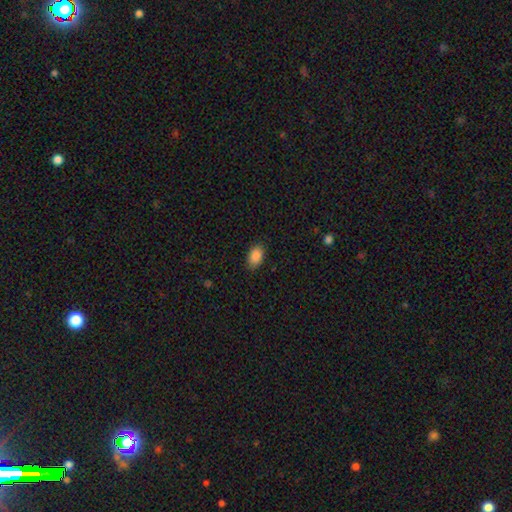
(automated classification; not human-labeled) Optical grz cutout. It shows a smooth galaxy with no disk features (88%) that is in between round and cigar-shaped (91%). Merging: none (87%).